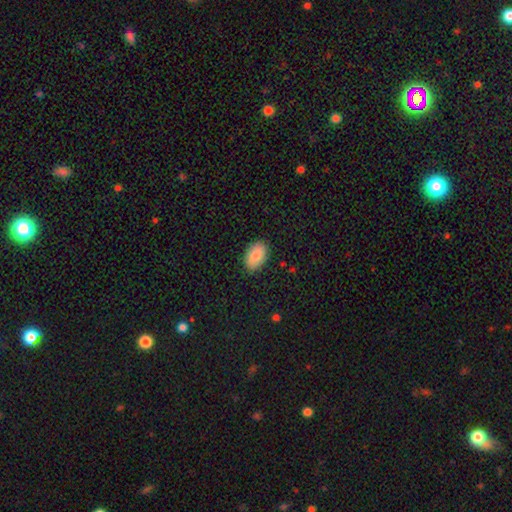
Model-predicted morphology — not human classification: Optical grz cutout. It shows a smooth galaxy with no disk features (86%) that is in between round and cigar-shaped (91%). Merging: none (87%).